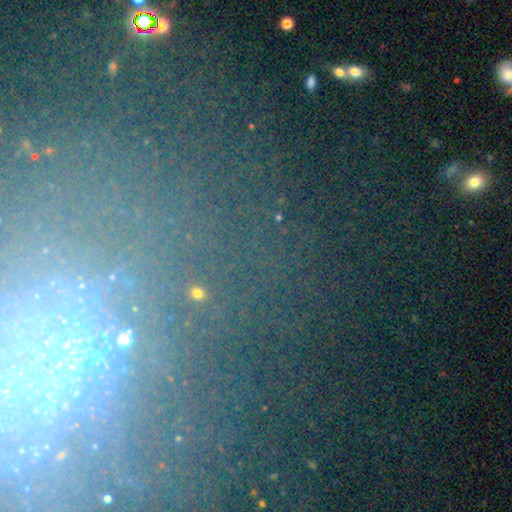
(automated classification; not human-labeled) Smooth or featured? star or artifact (71%)